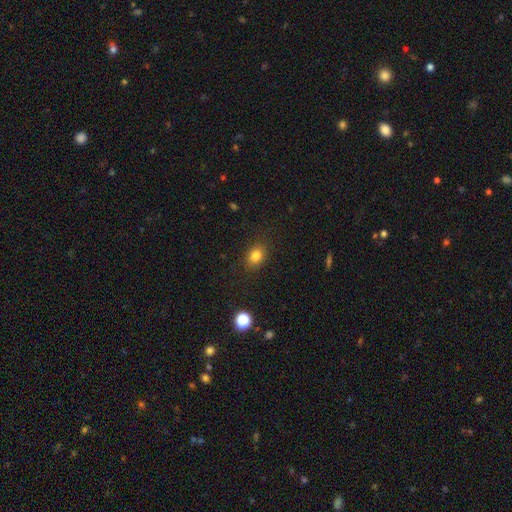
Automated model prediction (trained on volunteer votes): Q: Smooth or featured?
A: smooth (82%); runner-up: star or artifact (12%)
Q: How rounded?
A: in between (60%); runner-up: round (38%)
Q: Merging?
A: none (85%); runner-up: minor disturbance (11%)